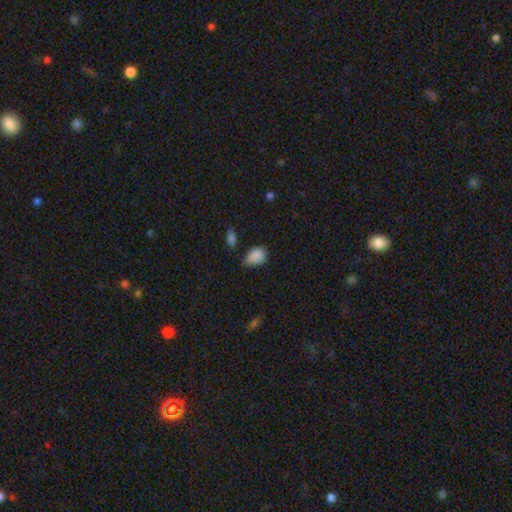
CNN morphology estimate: Smooth or featured?
  - smooth: 86% *
  - star or artifact: 9%
  - featured or disk: 5%
How rounded?
  - in between: 78% *
  - round: 21%
  - cigar-shaped: 2%
Merging?
  - minor disturbance: 44% *
  - none: 43%
  - major disturbance: 9%
  - merger: 4%